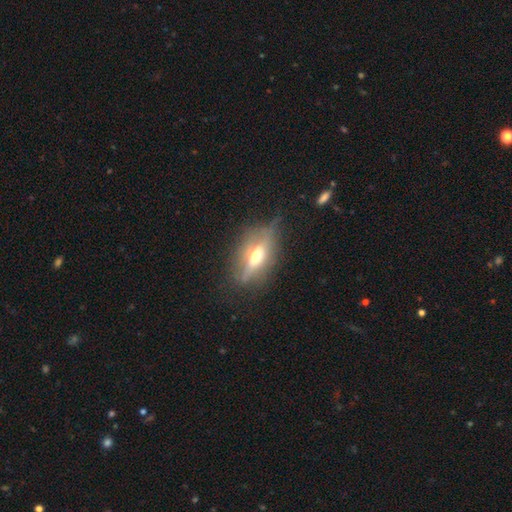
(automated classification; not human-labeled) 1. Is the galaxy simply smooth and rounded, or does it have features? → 55% featured or disk, 36% smooth, 9% star or artifact.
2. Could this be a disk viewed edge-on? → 77% yes, 23% no.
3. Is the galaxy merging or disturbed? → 70% none, 19% minor disturbance, 9% major disturbance, 2% merger.